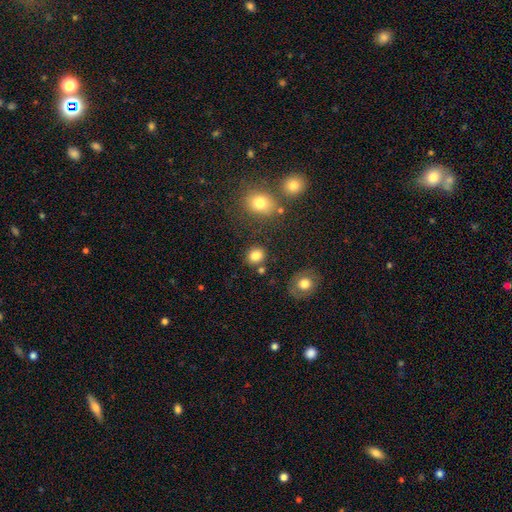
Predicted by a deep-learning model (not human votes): smooth 83%, star or artifact 11%, featured or disk 6%. Down the decision tree: how rounded — round (70%); merging — none (80%).